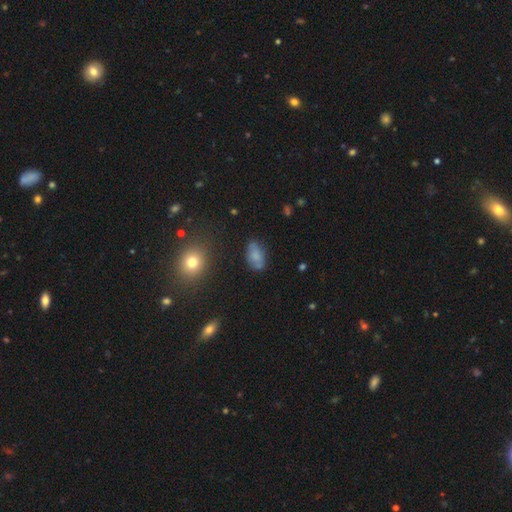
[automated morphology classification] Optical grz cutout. It shows a smooth galaxy with no disk features (70%) that is in between round and cigar-shaped (91%). Merging: none (72%).